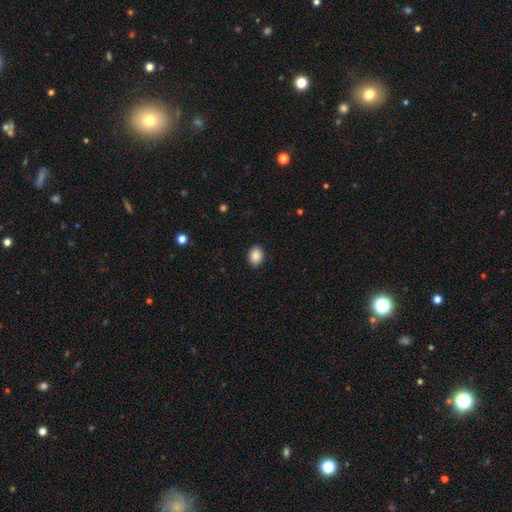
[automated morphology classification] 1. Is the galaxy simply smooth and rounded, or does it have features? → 89% smooth, 8% star or artifact, 3% featured or disk.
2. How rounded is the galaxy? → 68% in between, 31% round, 1% cigar-shaped.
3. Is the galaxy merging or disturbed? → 90% none, 7% minor disturbance, 2% major disturbance, 1% merger.